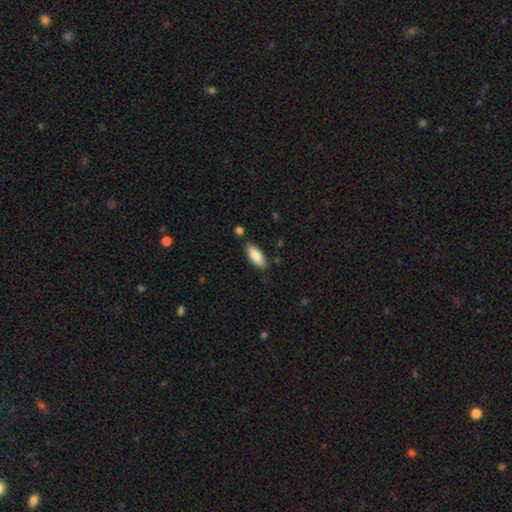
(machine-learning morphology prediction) type=smooth (82%); roundness=in between (76%); merging=none (81%).